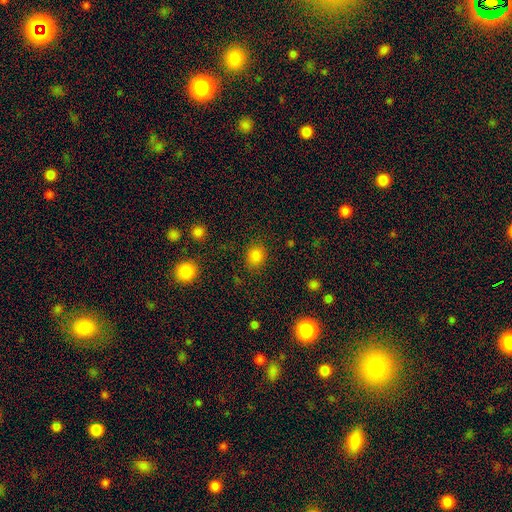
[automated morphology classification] type=smooth (83%); roundness=round (70%); merging=none (85%).